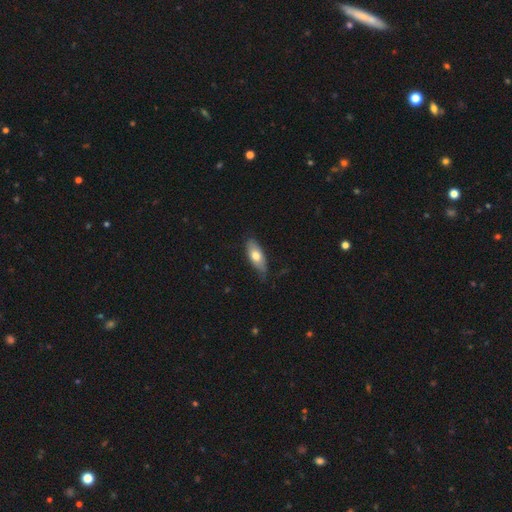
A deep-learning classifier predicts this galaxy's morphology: type=smooth (69%); roundness=in between (79%); merging=none (70%).